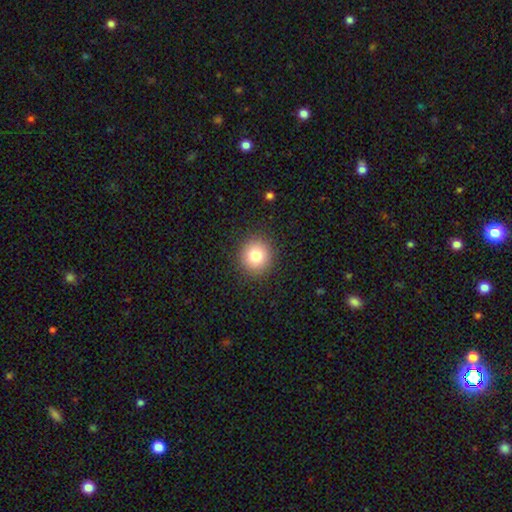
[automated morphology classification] Smooth or featured?
  - smooth: 81% *
  - star or artifact: 11%
  - featured or disk: 9%
How rounded?
  - round: 93% *
  - in between: 7%
  - cigar-shaped: 1%
Merging?
  - none: 91% *
  - minor disturbance: 6%
  - major disturbance: 2%
  - merger: 1%